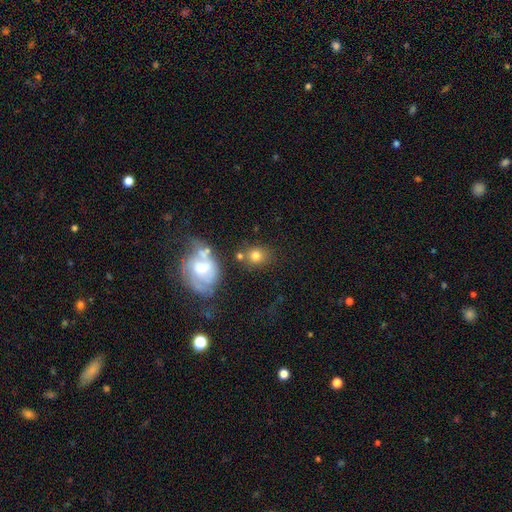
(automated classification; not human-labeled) Q: Smooth or featured?
A: smooth (75%); runner-up: featured or disk (14%)
Q: How rounded?
A: round (67%); runner-up: in between (32%)
Q: Merging?
A: none (65%); runner-up: merger (15%)